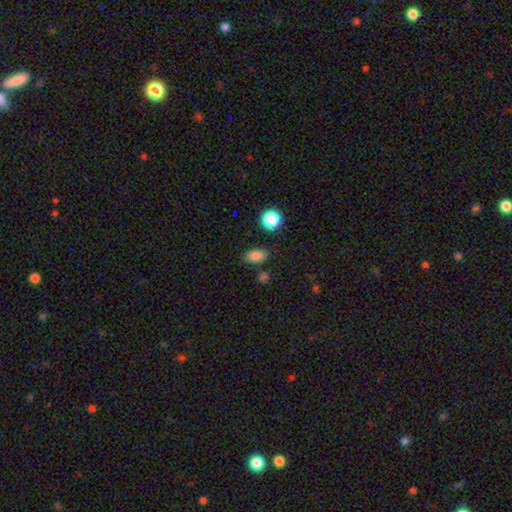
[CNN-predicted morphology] This appears to be a smooth galaxy with no disk features (83%) that is in between round and cigar-shaped (84%). Merging: none (80%).